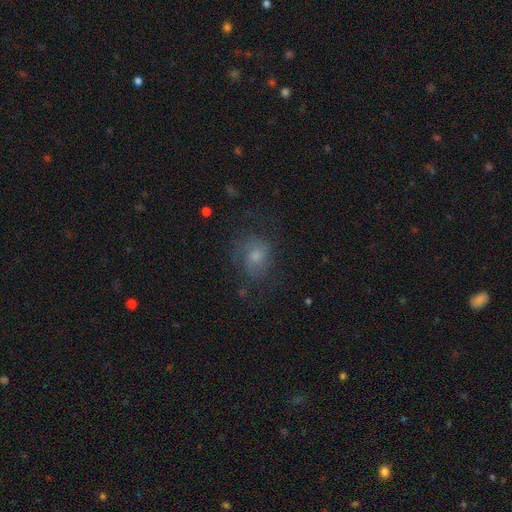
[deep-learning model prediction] Smooth or featured: smooth — 47% (featured or disk — 38%)
Merging: none — 58% (minor disturbance — 22%)